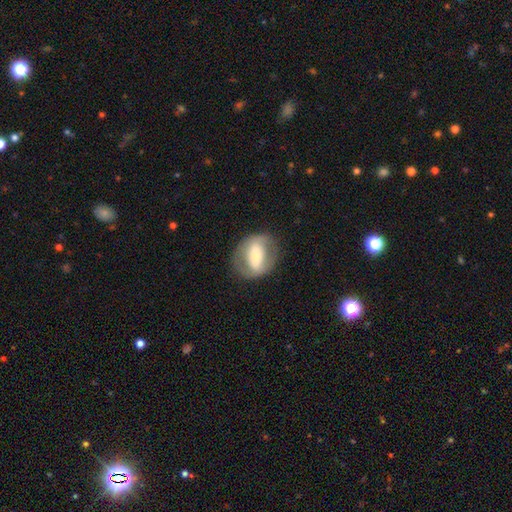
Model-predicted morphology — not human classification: Overall: featured or disk (50%; smooth 43%). Edge-on disk: no (89%). Merging: none (75%).